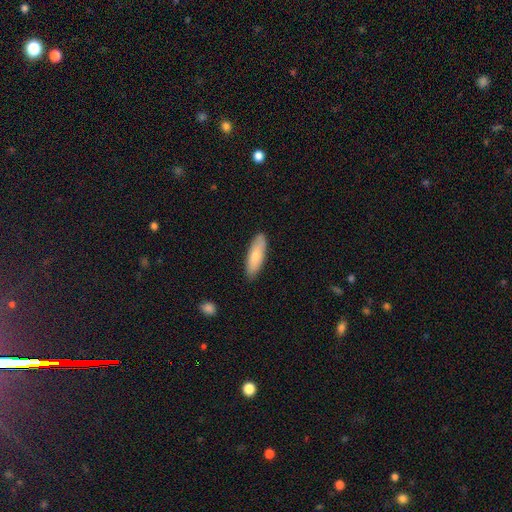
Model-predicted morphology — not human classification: Q: Smooth or featured?
A: smooth (78%); runner-up: featured or disk (16%)
Q: How rounded?
A: in between (59%); runner-up: cigar-shaped (40%)
Q: Merging?
A: none (85%); runner-up: minor disturbance (12%)